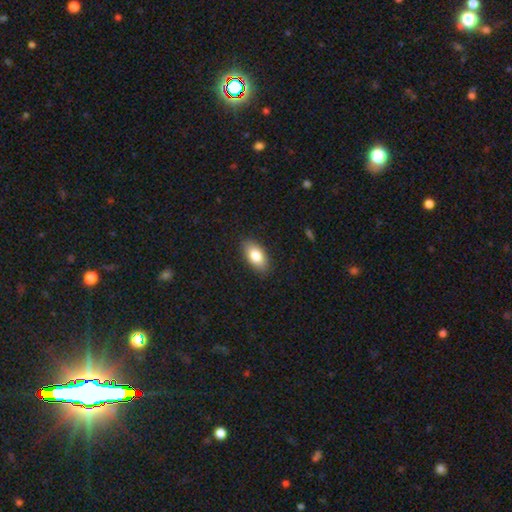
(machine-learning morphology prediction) Overall: smooth (82%). How rounded: in between (91%). Merging: none (88%).